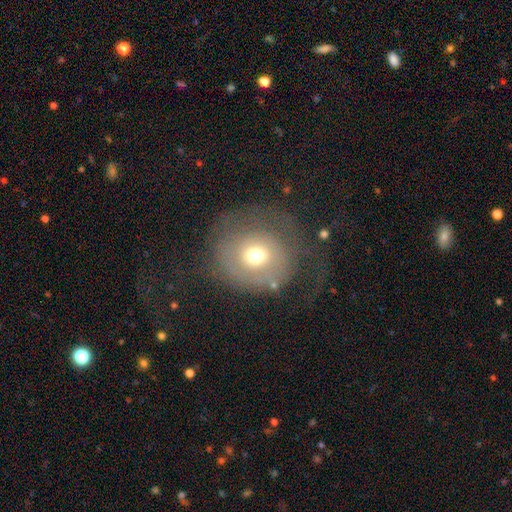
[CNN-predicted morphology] Smooth or featured? Predicted: smooth (p=0.51). How rounded? Predicted: round (p=0.80). Merging? Predicted: none (p=0.46).